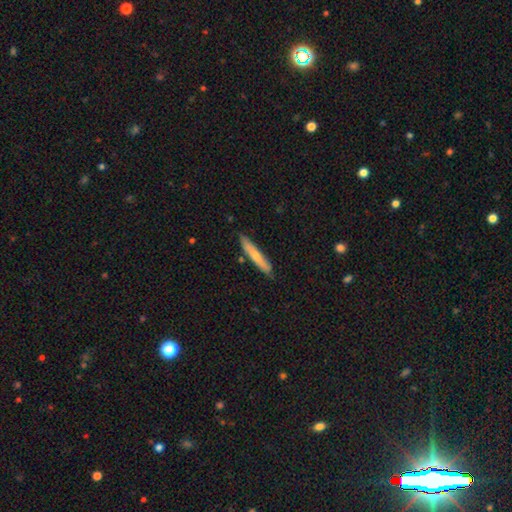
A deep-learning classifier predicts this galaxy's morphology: smooth_or_featured: smooth (p=0.61) [alt: featured or disk p=0.33]
how_rounded: cigar-shaped (p=0.92) [alt: in between p=0.06]
merging: none (p=0.83) [alt: minor disturbance p=0.12]